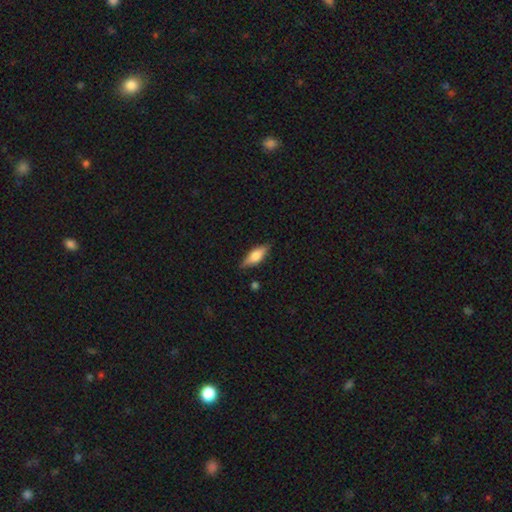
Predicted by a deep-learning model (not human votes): smooth_or_featured: smooth (p=0.66) [alt: featured or disk p=0.28]
how_rounded: in between (p=0.66) [alt: cigar-shaped p=0.31]
merging: none (p=0.79) [alt: minor disturbance p=0.16]